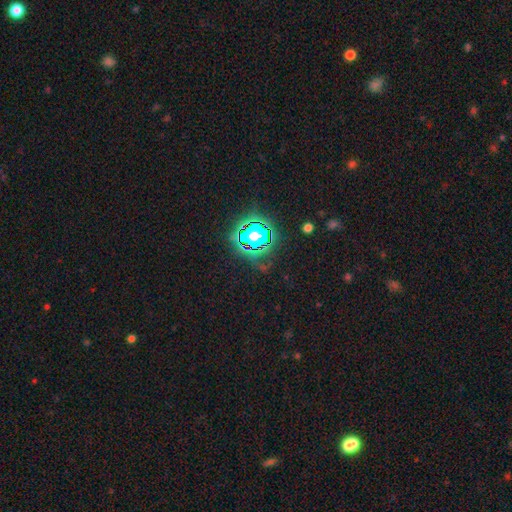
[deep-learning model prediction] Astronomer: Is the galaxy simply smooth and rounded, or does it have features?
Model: star or artifact — 80%.